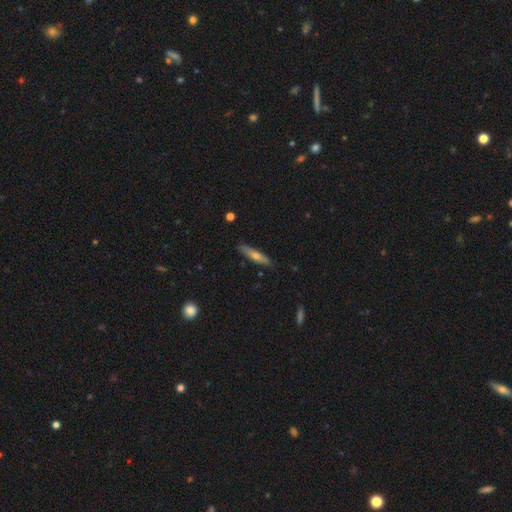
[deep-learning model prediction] A smooth galaxy with no disk features (51%) that is cigar-shaped (85%). Merging: none (87%).